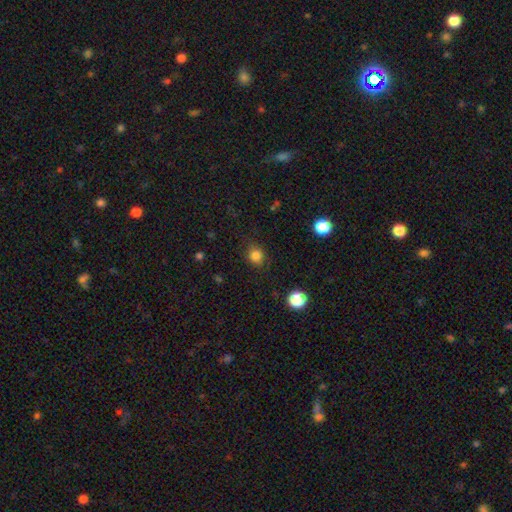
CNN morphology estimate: A smooth galaxy with no disk features (83%) that is round (79%).

Vote fractions:
- Smooth or featured? smooth: 83% / star or artifact: 13% / featured or disk: 5%
- How rounded? round: 79% / in between: 20% / cigar-shaped: 1%
- Merging? none: 81% / minor disturbance: 13% / major disturbance: 4% / merger: 1%